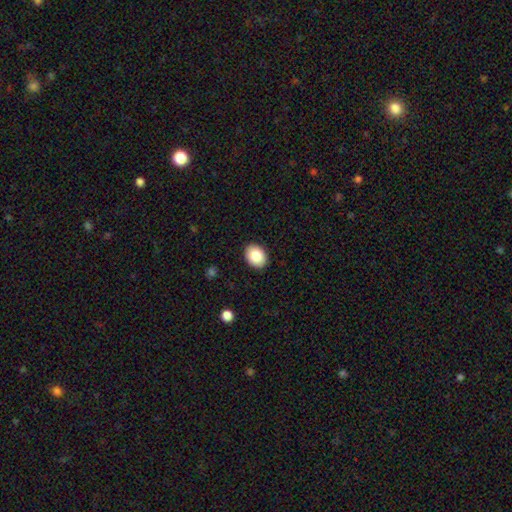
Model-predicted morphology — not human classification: This appears to be a smooth galaxy with no disk features (85%) that is in between round and cigar-shaped (66%). Merging: none (90%).